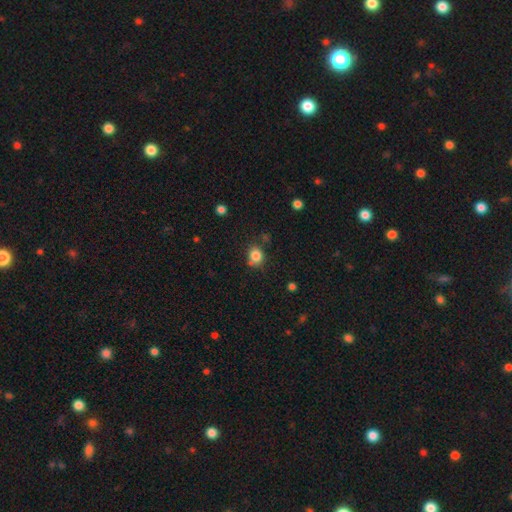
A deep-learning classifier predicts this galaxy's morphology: This appears to be a smooth galaxy with no disk features (83%) that is round (71%). Merging: none (73%).